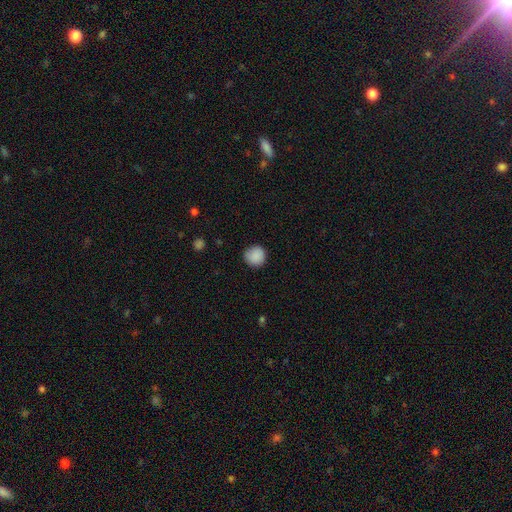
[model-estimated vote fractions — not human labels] A smooth galaxy with no disk features (89%) that is round (93%).

Vote fractions:
- Smooth or featured? smooth: 89% / star or artifact: 8% / featured or disk: 3%
- How rounded? round: 93% / in between: 6% / cigar-shaped: 1%
- Merging? none: 87% / minor disturbance: 9% / major disturbance: 2% / merger: 1%